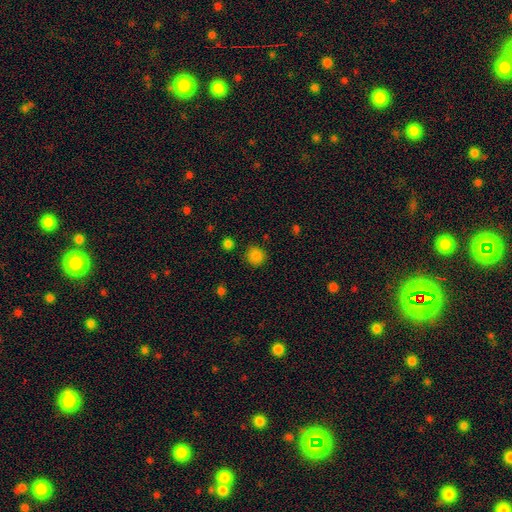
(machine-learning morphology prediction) smooth-or-featured: smooth: 83% | star or artifact: 13% | featured or disk: 3%
  how-rounded: round: 90% | in between: 9% | cigar-shaped: 1%
  merging: none: 85% | minor disturbance: 9% | major disturbance: 3% | merger: 3%